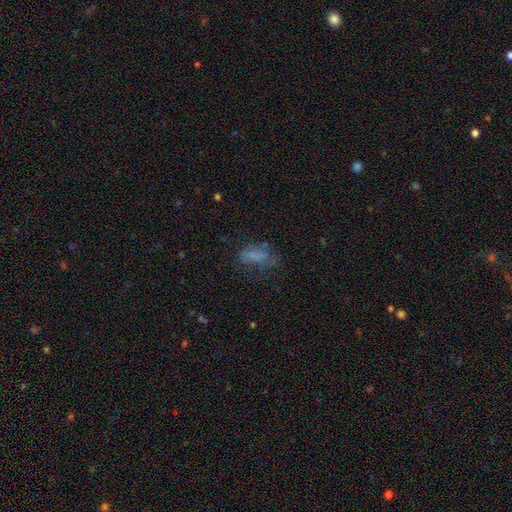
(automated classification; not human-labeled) Morphology: type=smooth (65%); roundness=in between (75%); merging=none (46%).